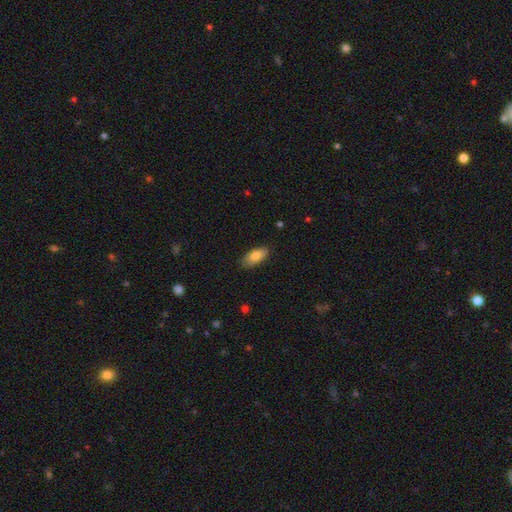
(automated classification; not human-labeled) The model was most divided on "smooth or featured": smooth: 81%, featured or disk: 12%, star or artifact: 7%. More confident: how rounded — in between (86%); merging — none (85%).